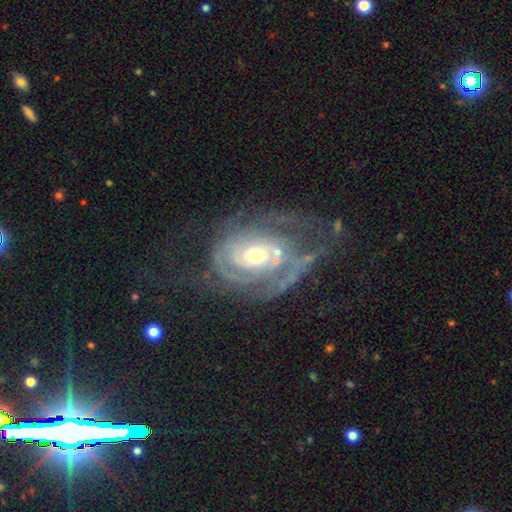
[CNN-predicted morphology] smooth_or_featured: featured or disk (p=0.87) [alt: smooth p=0.07]
disk_edge_on: no (p=0.97) [alt: yes p=0.03]
bar: no (p=0.71) [alt: weak p=0.23]
has_spiral_arms: yes (p=0.94) [alt: no p=0.06]
spiral_winding: tight (p=0.63) [alt: medium p=0.28]
spiral_arm_count: 2 (p=0.39) [alt: can't tell p=0.27]
bulge_size: moderate (p=0.58) [alt: small p=0.32]
merging: none (p=0.52) [alt: major disturbance p=0.23]